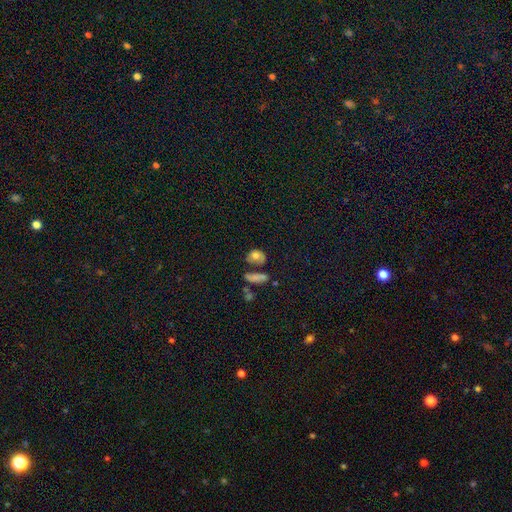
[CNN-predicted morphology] smooth-or-featured: smooth: 69% | featured or disk: 21% | star or artifact: 10%
  how-rounded: in between: 65% | round: 33% | cigar-shaped: 3%
  merging: none: 38% | minor disturbance: 23% | major disturbance: 20% | merger: 18%